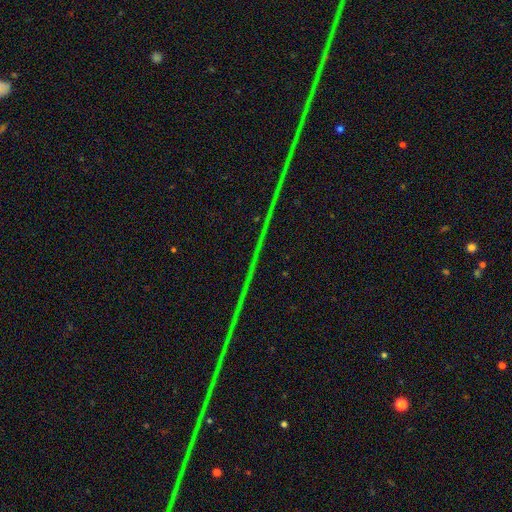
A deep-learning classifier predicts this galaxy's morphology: type=star or artifact (85%).